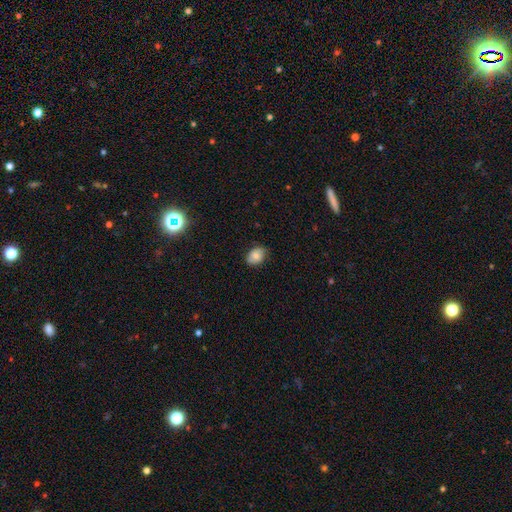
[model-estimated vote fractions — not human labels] A smooth galaxy with no disk features (80%) that is in between round and cigar-shaped (73%).

Vote fractions:
- Smooth or featured? smooth: 80% / featured or disk: 11% / star or artifact: 9%
- How rounded? in between: 73% / round: 26% / cigar-shaped: 1%
- Merging? none: 79% / minor disturbance: 17% / major disturbance: 3% / merger: 1%